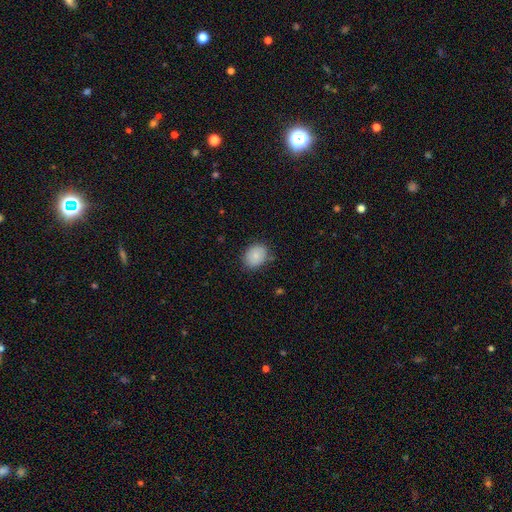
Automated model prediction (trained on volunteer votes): The model was most divided on "how rounded": in between: 58%, round: 41%, cigar-shaped: 1%. More confident: smooth or featured — smooth (85%); merging — none (78%).